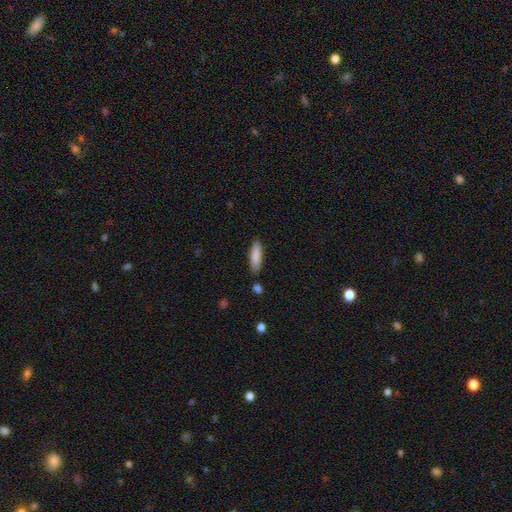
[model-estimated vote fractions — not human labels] A smooth galaxy with no disk features (87%) that is cigar-shaped (58%).

Vote fractions:
- Smooth or featured? smooth: 87% / featured or disk: 7% / star or artifact: 6%
- How rounded? cigar-shaped: 58% / in between: 41% / round: 2%
- Merging? none: 83% / minor disturbance: 11% / merger: 3% / major disturbance: 2%